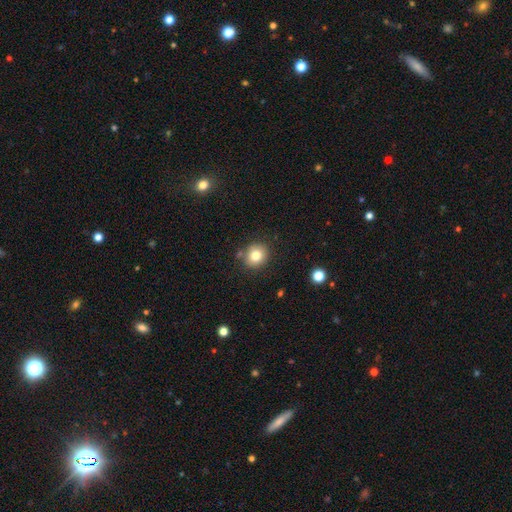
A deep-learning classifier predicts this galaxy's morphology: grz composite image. It shows a smooth galaxy with no disk features (80%) that is round (77%). Merging: none (82%).